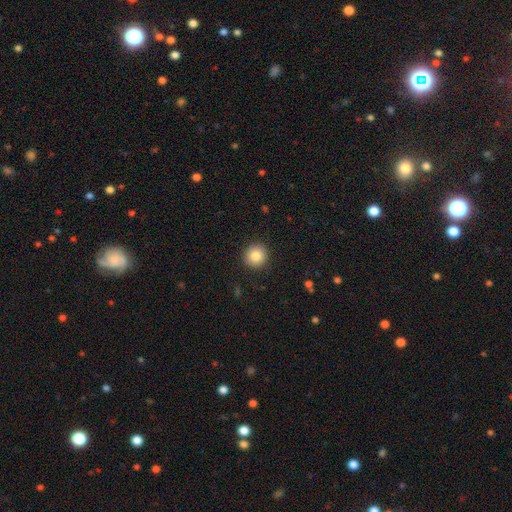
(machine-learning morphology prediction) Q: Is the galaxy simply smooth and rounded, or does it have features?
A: smooth — 84%.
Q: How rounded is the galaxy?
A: round — 93%.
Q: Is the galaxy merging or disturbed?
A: none — 91%.